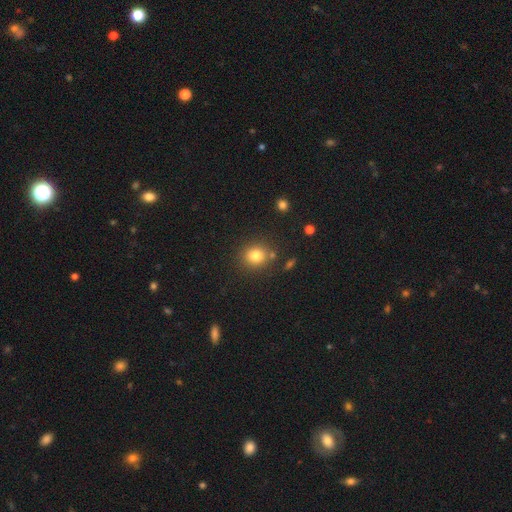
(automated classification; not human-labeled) smooth_or_featured: smooth (p=0.81) [alt: star or artifact p=0.12]
how_rounded: round (p=0.80) [alt: in between p=0.19]
merging: none (p=0.81) [alt: minor disturbance p=0.09]